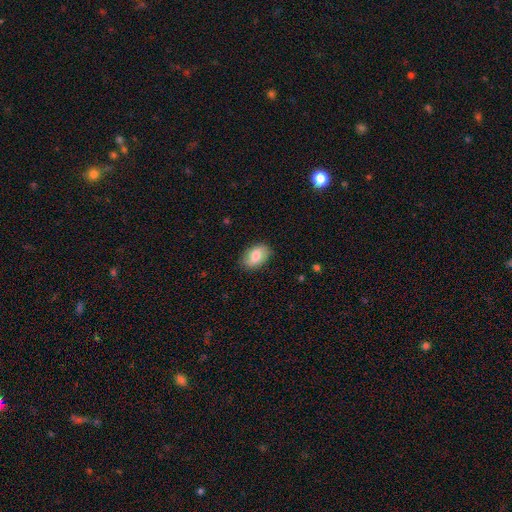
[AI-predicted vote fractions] Smooth or featured?
  - smooth: 75% *
  - featured or disk: 18%
  - star or artifact: 7%
How rounded?
  - in between: 89% *
  - round: 10%
  - cigar-shaped: 2%
Merging?
  - none: 83% *
  - minor disturbance: 13%
  - major disturbance: 3%
  - merger: 1%